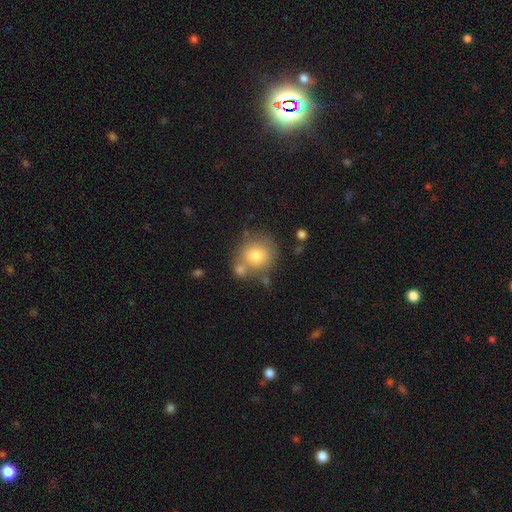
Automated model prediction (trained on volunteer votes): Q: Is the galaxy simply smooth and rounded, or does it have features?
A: smooth — 77%.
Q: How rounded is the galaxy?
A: round — 88%.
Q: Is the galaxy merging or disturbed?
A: none — 61%.